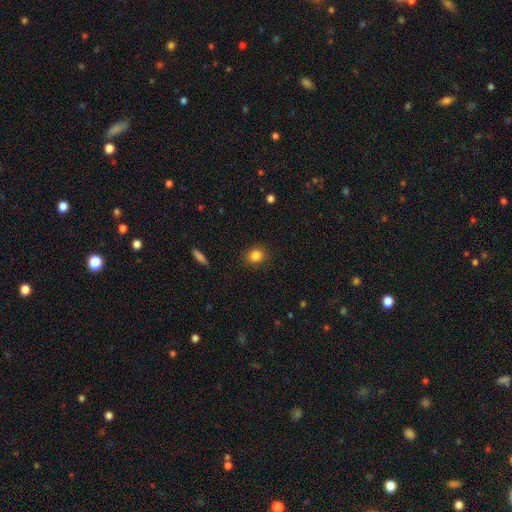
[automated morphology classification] Smooth or featured: smooth — 84% (star or artifact — 10%)
How rounded: round — 68% (in between — 31%)
Merging: none — 87% (minor disturbance — 9%)